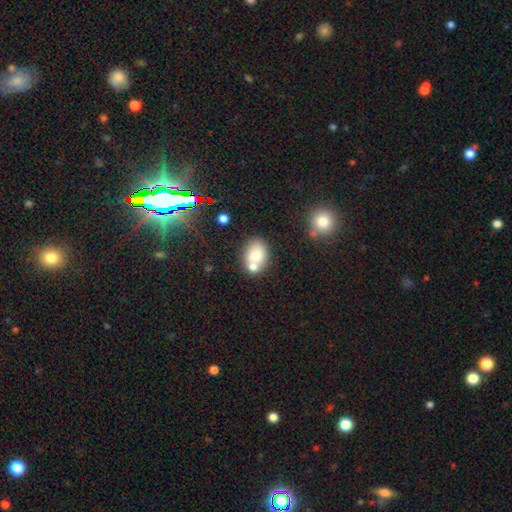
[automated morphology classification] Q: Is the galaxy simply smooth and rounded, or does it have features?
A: smooth — 74%.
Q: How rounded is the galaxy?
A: in between — 70%.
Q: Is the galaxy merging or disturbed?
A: none — 49%.